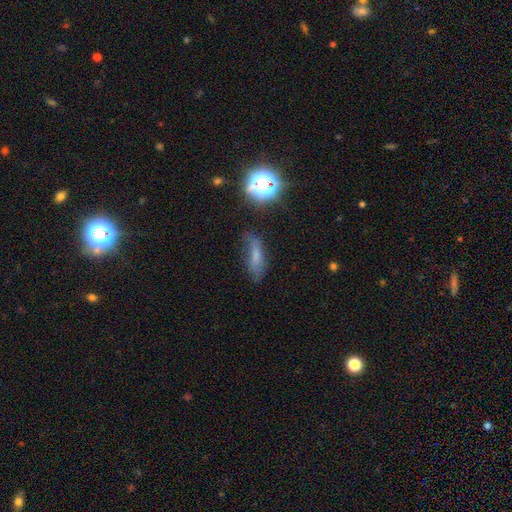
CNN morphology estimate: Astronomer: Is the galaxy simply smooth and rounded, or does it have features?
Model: smooth — 57%.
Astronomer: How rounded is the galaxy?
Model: in between — 54% (runner-up: cigar-shaped, 41%).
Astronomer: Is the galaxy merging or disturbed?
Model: none — 50% (runner-up: minor disturbance, 30%).